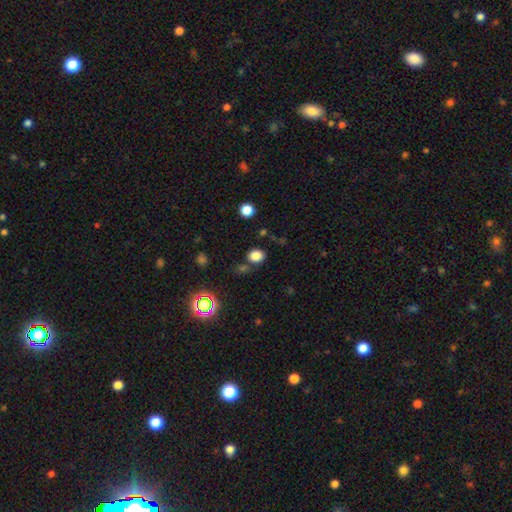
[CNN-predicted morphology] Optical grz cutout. It shows a smooth galaxy with no disk features (80%) that is round (57%). Merging: none (76%).